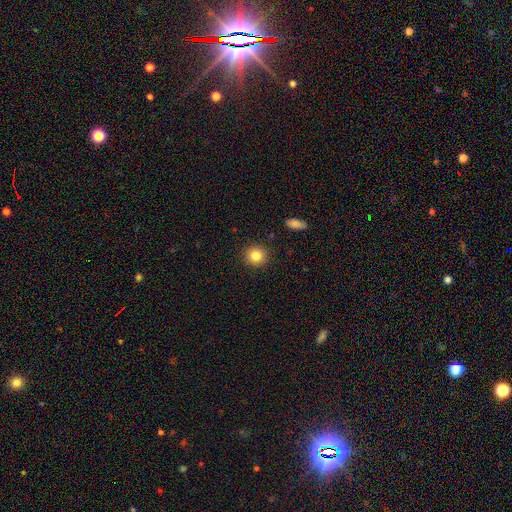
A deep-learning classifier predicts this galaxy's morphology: This is clearly a smooth galaxy (83%). How rounded: clearly round (90%). Merging: clearly none (91%).